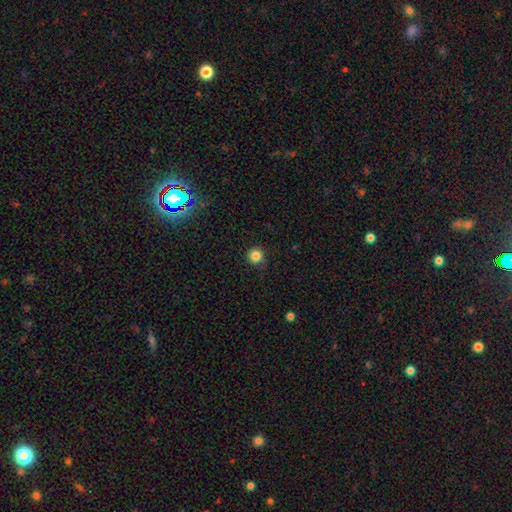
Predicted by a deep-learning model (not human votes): Smooth or featured? smooth (84%)
How rounded? round (95%)
Merging? none (89%)